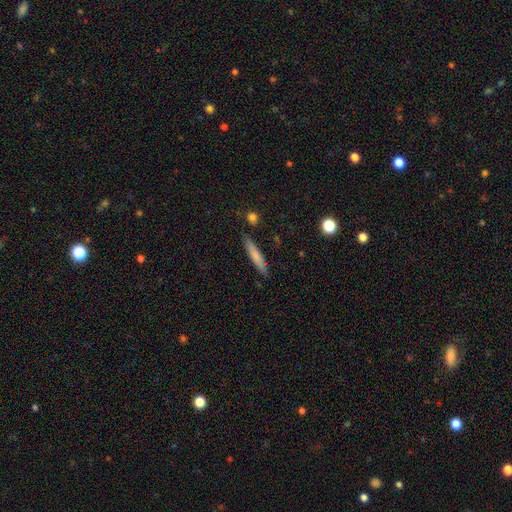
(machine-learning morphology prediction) smooth-or-featured: smooth: 73% | featured or disk: 21% | star or artifact: 6%
  how-rounded: cigar-shaped: 91% | in between: 8% | round: 1%
  merging: none: 86% | minor disturbance: 10% | merger: 2% | major disturbance: 2%